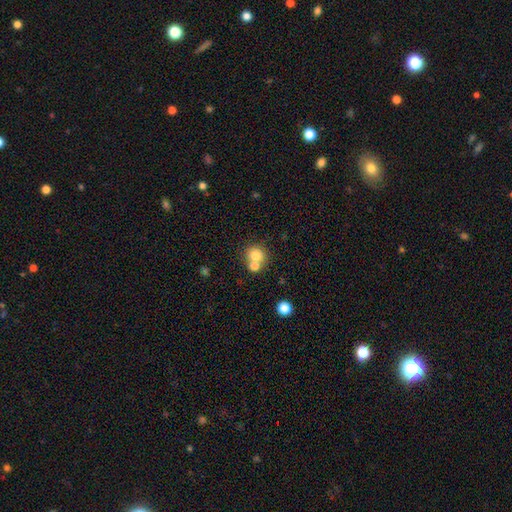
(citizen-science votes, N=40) A smooth galaxy with no disk features (70%) that is round (86%). Merging: none (49%).